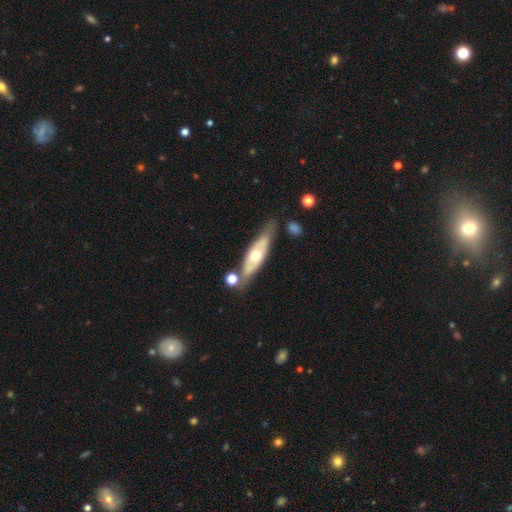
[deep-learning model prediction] Overall: featured or disk (59%; smooth 35%). Edge-on disk: yes (55%; no 45%). Merging: none (68%).